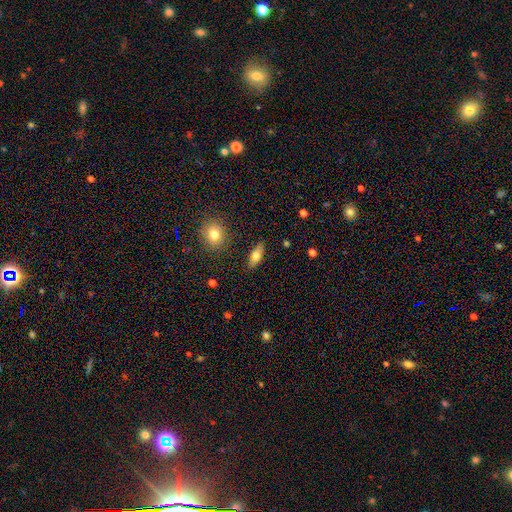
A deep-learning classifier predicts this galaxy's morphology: Q: Smooth or featured?
A: smooth (71%); runner-up: featured or disk (22%)
Q: How rounded?
A: in between (76%); runner-up: cigar-shaped (19%)
Q: Merging?
A: none (86%); runner-up: minor disturbance (10%)